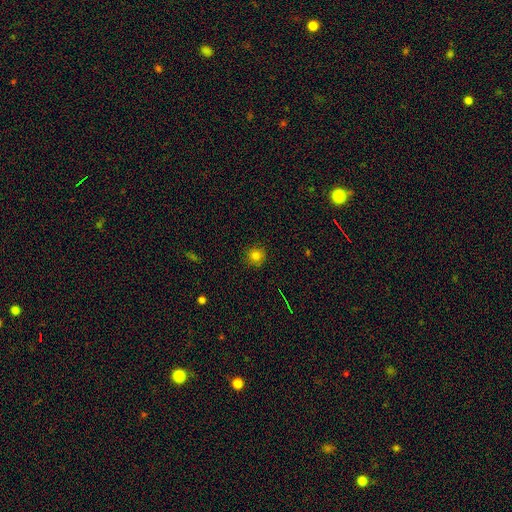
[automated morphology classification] Smooth or featured?
  - smooth: 79% *
  - star or artifact: 15%
  - featured or disk: 6%
How rounded?
  - round: 93% *
  - in between: 6%
  - cigar-shaped: 1%
Merging?
  - none: 89% *
  - minor disturbance: 8%
  - major disturbance: 2%
  - merger: 1%